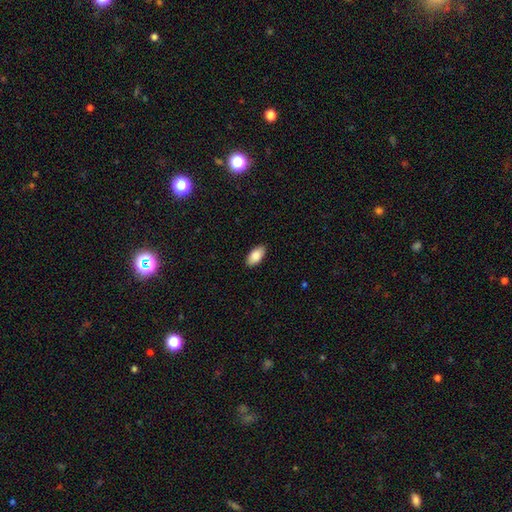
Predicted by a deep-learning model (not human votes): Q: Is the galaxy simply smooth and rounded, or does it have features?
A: smooth — 87%.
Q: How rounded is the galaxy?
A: in between — 94%.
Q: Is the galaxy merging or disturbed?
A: none — 89%.